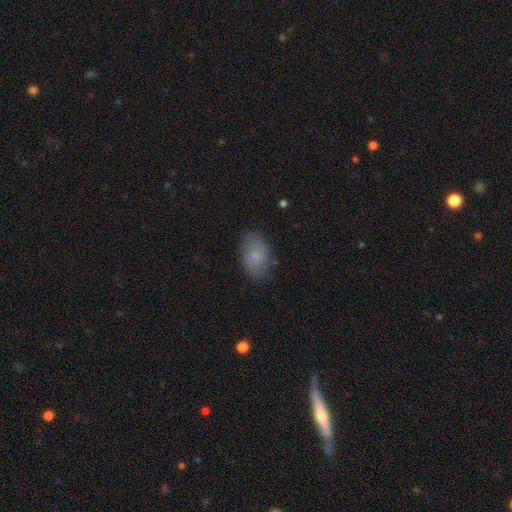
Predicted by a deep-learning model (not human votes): Smooth or featured?
  - smooth: 67% *
  - featured or disk: 24%
  - star or artifact: 9%
How rounded?
  - in between: 90% *
  - round: 8%
  - cigar-shaped: 2%
Merging?
  - none: 77% *
  - minor disturbance: 17%
  - major disturbance: 5%
  - merger: 1%